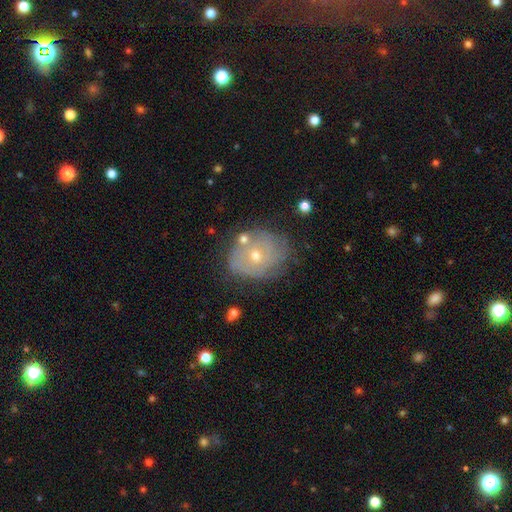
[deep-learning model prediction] Smooth or featured: featured or disk — 57% (smooth — 33%)
Edge-on disk: no — 96% (yes — 4%)
Bar: no — 85% (weak — 13%)
Spiral arms: yes — 58% (no — 42%)
Bulge size: small — 52% (moderate — 45%)
Merging: none — 65% (minor disturbance — 21%)